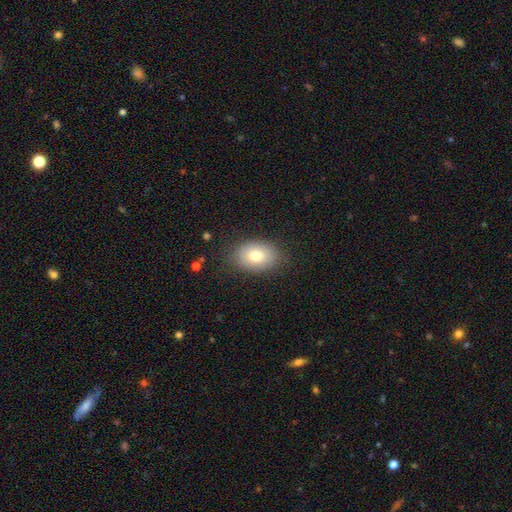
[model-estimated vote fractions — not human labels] Smooth or featured?
  - smooth: 75% *
  - featured or disk: 15%
  - star or artifact: 9%
How rounded?
  - in between: 81% *
  - round: 18%
  - cigar-shaped: 1%
Merging?
  - none: 83% *
  - minor disturbance: 12%
  - major disturbance: 4%
  - merger: 1%